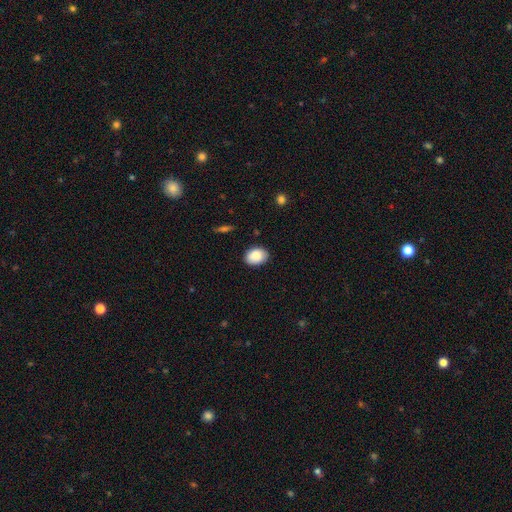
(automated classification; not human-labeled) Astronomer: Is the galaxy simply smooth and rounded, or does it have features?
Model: smooth — 88%.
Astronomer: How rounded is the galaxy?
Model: in between — 74%.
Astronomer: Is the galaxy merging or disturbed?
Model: none — 83%.